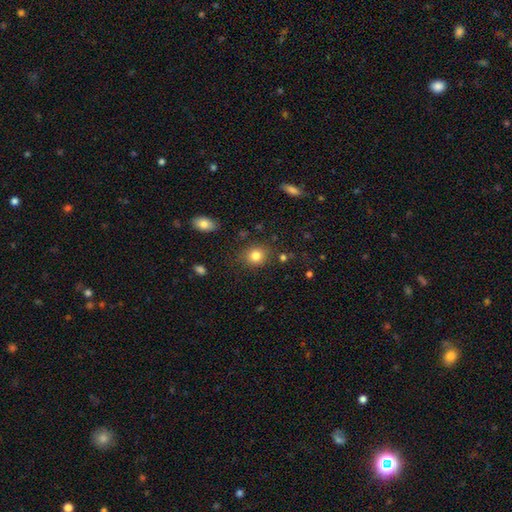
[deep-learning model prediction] This appears to be a smooth galaxy with no disk features (83%) that is round (73%). Merging: none (82%).